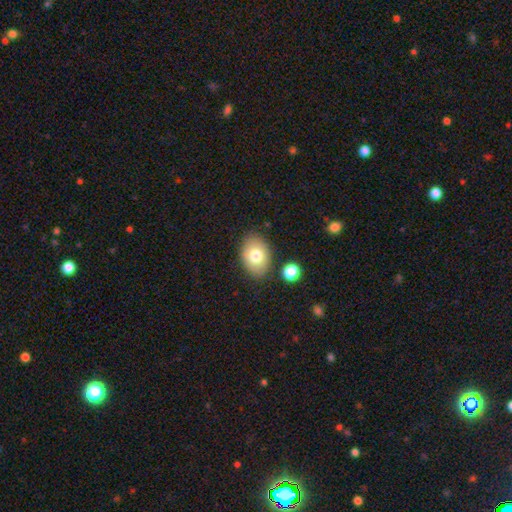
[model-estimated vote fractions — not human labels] This appears to be a smooth galaxy with no disk features (77%) that is in between round and cigar-shaped (79%). Merging: none (81%).